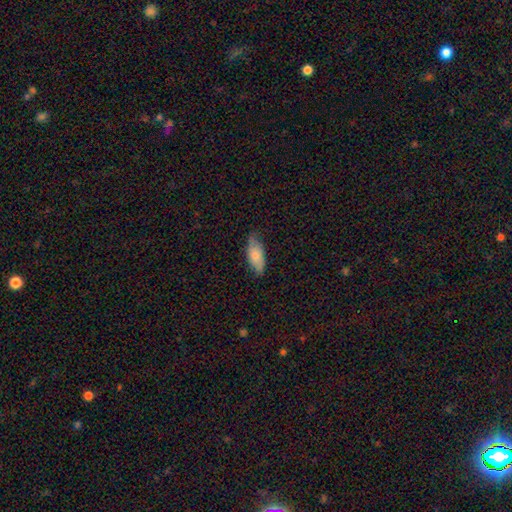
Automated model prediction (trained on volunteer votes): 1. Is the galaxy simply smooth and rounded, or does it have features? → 76% smooth, 18% featured or disk, 6% star or artifact.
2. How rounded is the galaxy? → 83% in between, 15% cigar-shaped, 2% round.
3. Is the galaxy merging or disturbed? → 69% none, 25% minor disturbance, 4% major disturbance, 1% merger.